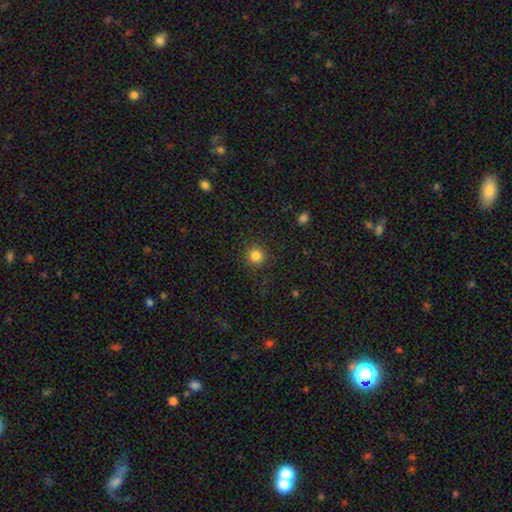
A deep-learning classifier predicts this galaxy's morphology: smooth_or_featured: smooth (p=0.84) [alt: star or artifact p=0.12]
how_rounded: round (p=0.93) [alt: in between p=0.06]
merging: none (p=0.89) [alt: minor disturbance p=0.07]